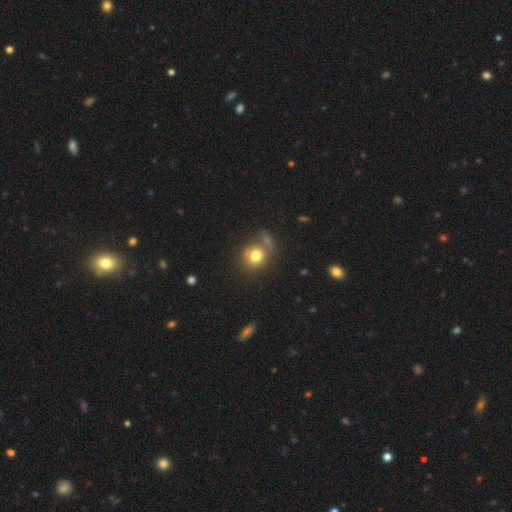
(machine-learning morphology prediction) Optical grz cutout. It shows a smooth galaxy with no disk features (76%) that is round (78%). Merging: none (50%).